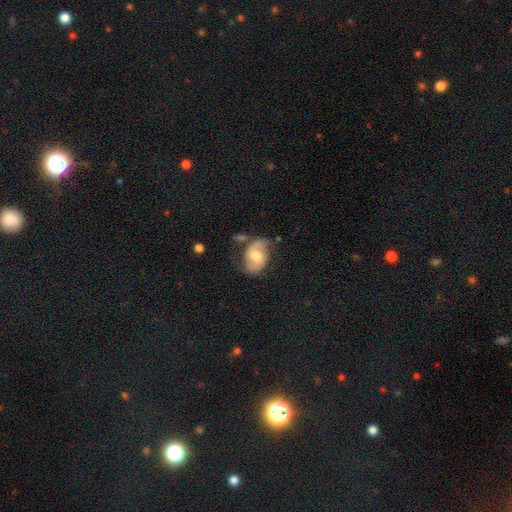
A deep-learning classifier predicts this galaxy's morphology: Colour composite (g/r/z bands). It shows a featured or disk galaxy (72%) with a weak bar (49%), 2 (86%) medium (48%) spiral arms (91%) and a moderate central bulge (62%). Merging: none (60%).